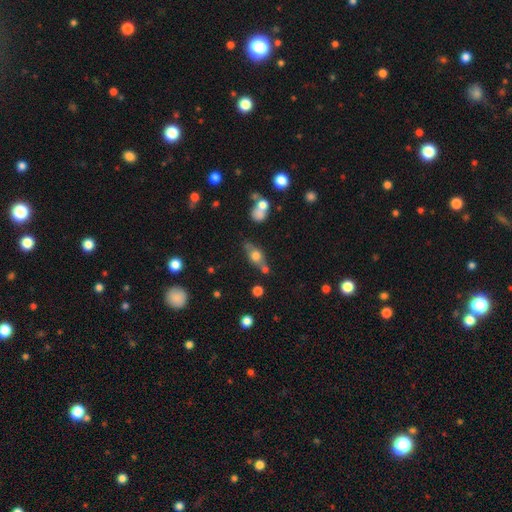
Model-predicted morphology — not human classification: Smooth or featured? Predicted: smooth (p=0.51). How rounded? Predicted: in between (p=0.60). Merging? Predicted: none (p=0.63).